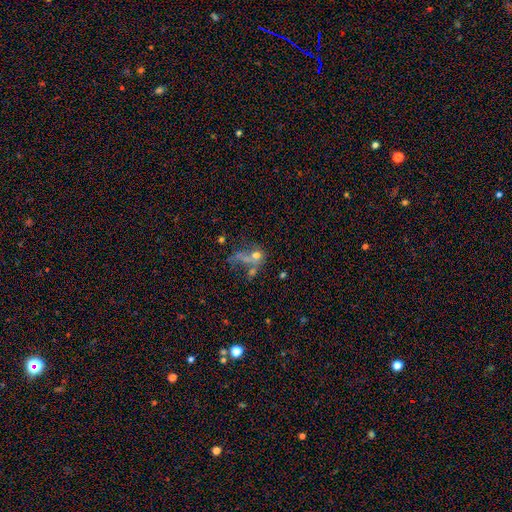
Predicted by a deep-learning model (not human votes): This is possibly a smooth galaxy (48%). Merging: marginally merger (42%).